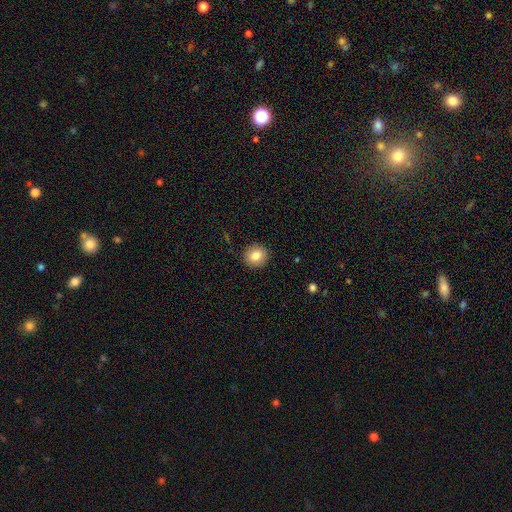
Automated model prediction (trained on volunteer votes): smooth-or-featured: smooth: 82% | star or artifact: 9% | featured or disk: 9%
  how-rounded: round: 88% | in between: 11% | cigar-shaped: 1%
  merging: none: 91% | minor disturbance: 6% | major disturbance: 2% | merger: 1%